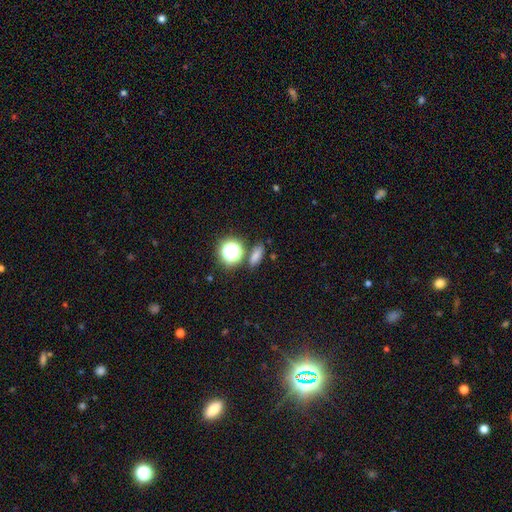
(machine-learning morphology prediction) This appears to be a smooth galaxy with no disk features (70%) that is in between round and cigar-shaped (60%). Merging: none (78%).